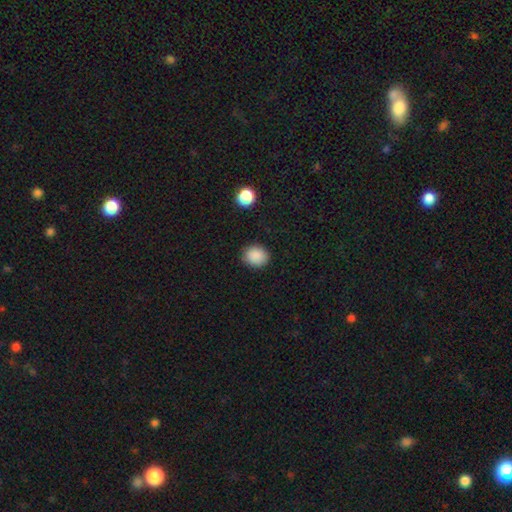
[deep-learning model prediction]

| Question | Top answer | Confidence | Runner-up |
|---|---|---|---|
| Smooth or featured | smooth | 88% | star or artifact (9%) |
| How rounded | round | 71% | in between (28%) |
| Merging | none | 88% | minor disturbance (8%) |